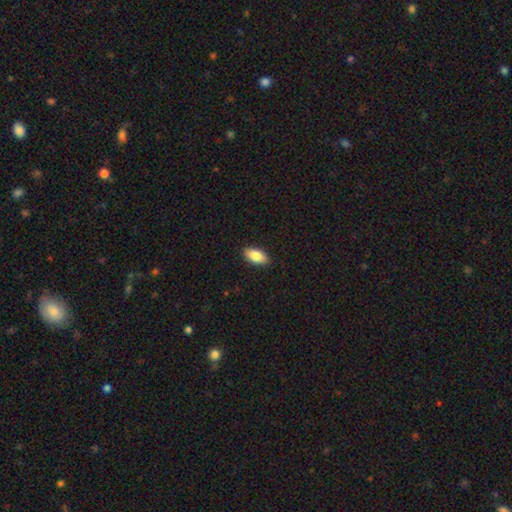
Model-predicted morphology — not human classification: Smooth or featured? Predicted: smooth (p=0.84). How rounded? Predicted: in between (p=0.91). Merging? Predicted: none (p=0.89).